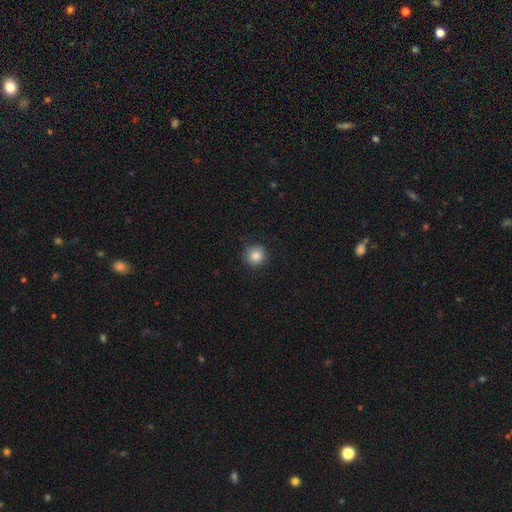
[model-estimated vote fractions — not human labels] This is clearly a smooth galaxy (85%). How rounded: clearly round (91%). Merging: clearly none (86%).